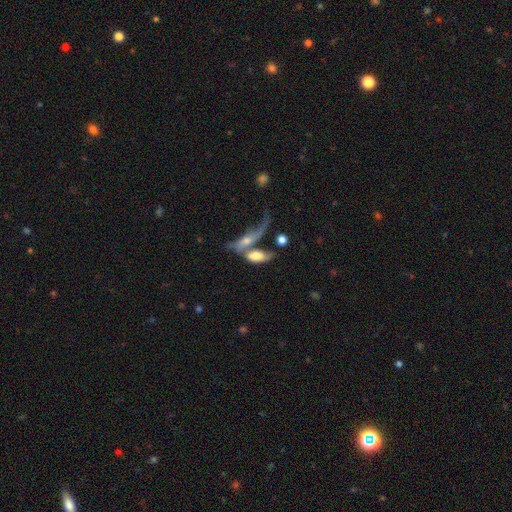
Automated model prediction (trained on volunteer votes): smooth_or_featured: smooth (p=0.58) [alt: featured or disk p=0.33]
how_rounded: in between (p=0.77) [alt: cigar-shaped p=0.19]
merging: merger (p=0.61) [alt: none p=0.17]